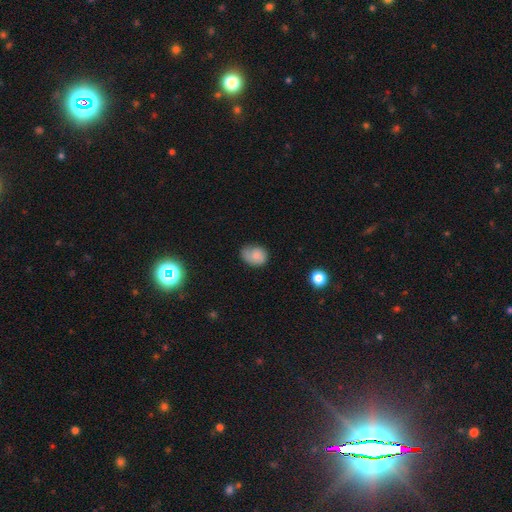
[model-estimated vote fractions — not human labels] Q: Smooth or featured?
A: smooth (77%); runner-up: featured or disk (14%)
Q: How rounded?
A: in between (60%); runner-up: round (39%)
Q: Merging?
A: none (51%); runner-up: minor disturbance (36%)